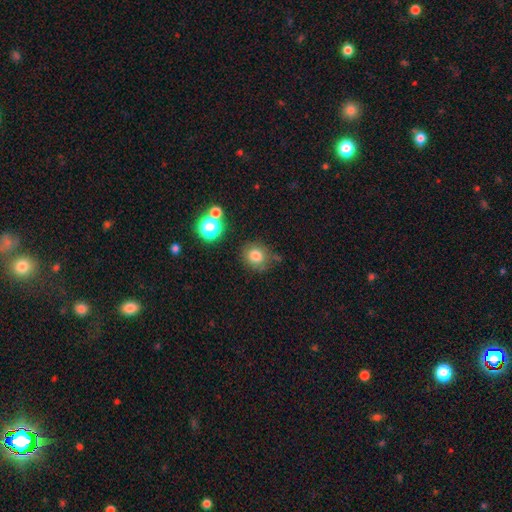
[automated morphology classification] This is likely a smooth galaxy (79%). How rounded: clearly round (86%). Merging: likely none (73%).